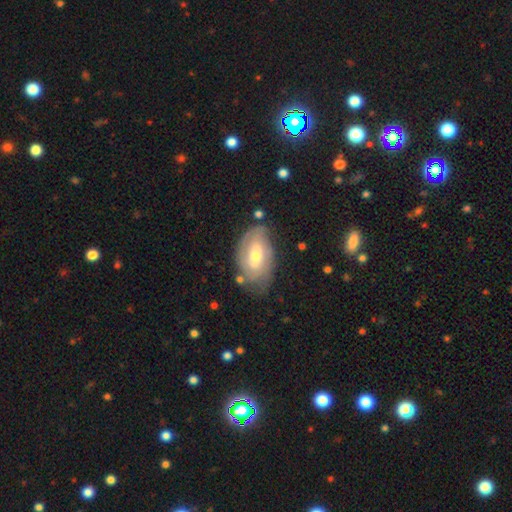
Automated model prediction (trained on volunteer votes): Q: Smooth or featured?
A: featured or disk (61%); runner-up: smooth (32%)
Q: Edge-on disk?
A: no (92%); runner-up: yes (8%)
Q: Bar?
A: weak (46%); runner-up: no (40%)
Q: Spiral arms?
A: yes (74%); runner-up: no (26%)
Q: Bulge size?
A: moderate (60%); runner-up: small (33%)
Q: Merging?
A: none (66%); runner-up: minor disturbance (23%)